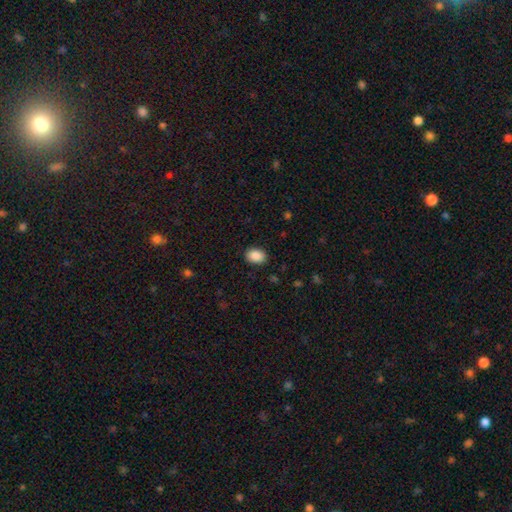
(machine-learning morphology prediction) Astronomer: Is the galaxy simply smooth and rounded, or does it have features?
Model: smooth — 89%.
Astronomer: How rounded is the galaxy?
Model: in between — 75%.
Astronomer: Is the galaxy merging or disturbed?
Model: none — 89%.